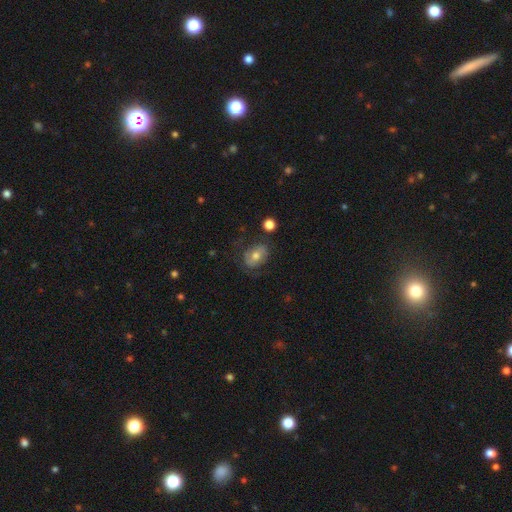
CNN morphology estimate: type=smooth (58%); roundness=in between (70%); merging=none (64%).